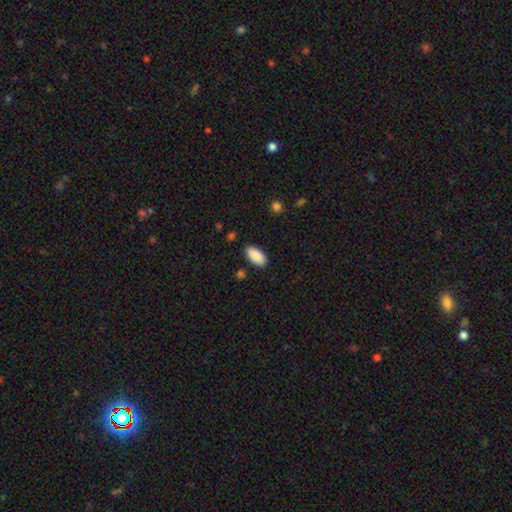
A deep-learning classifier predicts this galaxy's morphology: smooth_or_featured: smooth (p=0.89) [alt: star or artifact p=0.06]
how_rounded: in between (p=0.93) [alt: cigar-shaped p=0.06]
merging: none (p=0.87) [alt: minor disturbance p=0.09]